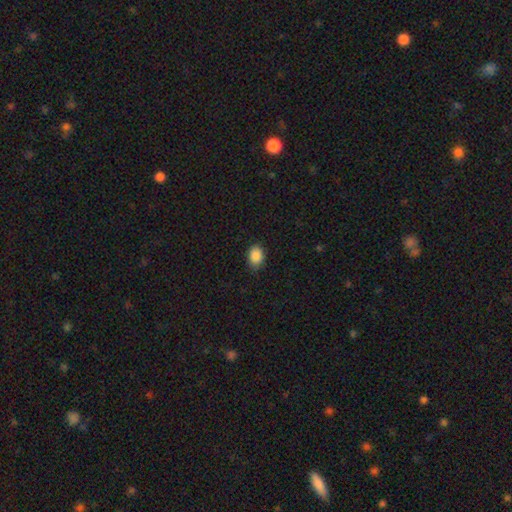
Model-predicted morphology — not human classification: Smooth or featured: smooth — 88% (star or artifact — 8%)
How rounded: in between — 73% (round — 26%)
Merging: none — 81% (minor disturbance — 16%)